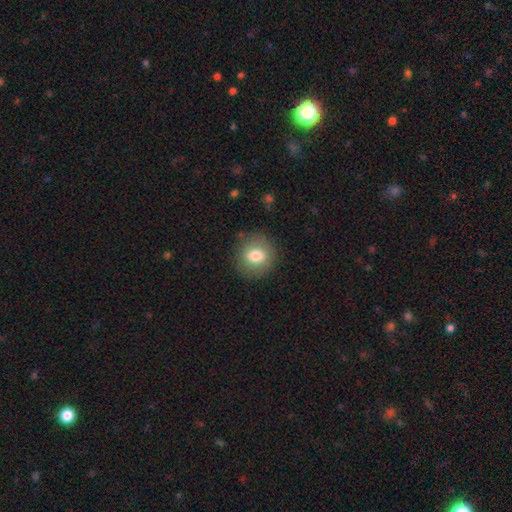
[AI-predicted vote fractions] A smooth galaxy with no disk features (78%) that is round (87%). Merging: none (86%).